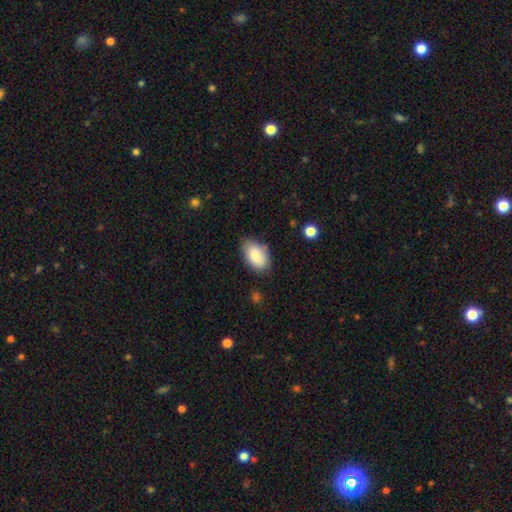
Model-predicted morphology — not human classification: smooth_or_featured: smooth (p=0.87) [alt: featured or disk p=0.07]
how_rounded: in between (p=0.94) [alt: round p=0.05]
merging: none (p=0.77) [alt: minor disturbance p=0.17]